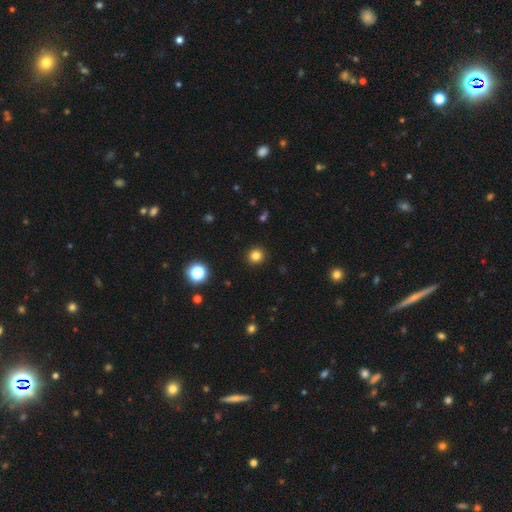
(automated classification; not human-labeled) A smooth galaxy with no disk features (83%) that is round (93%). Merging: none (92%).